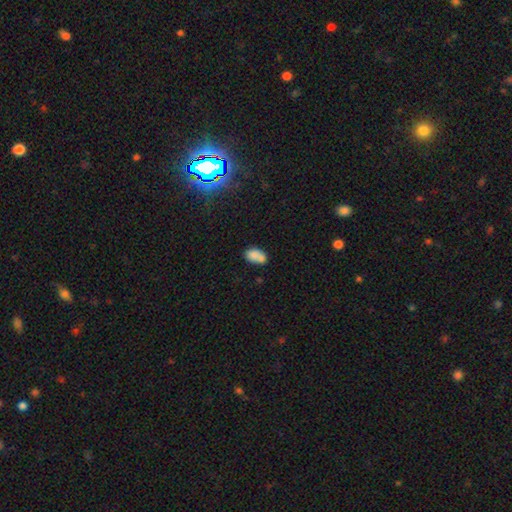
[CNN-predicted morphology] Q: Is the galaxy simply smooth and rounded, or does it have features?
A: smooth — 79%.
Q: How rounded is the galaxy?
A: in between — 86%.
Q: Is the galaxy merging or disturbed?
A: none — 43%.